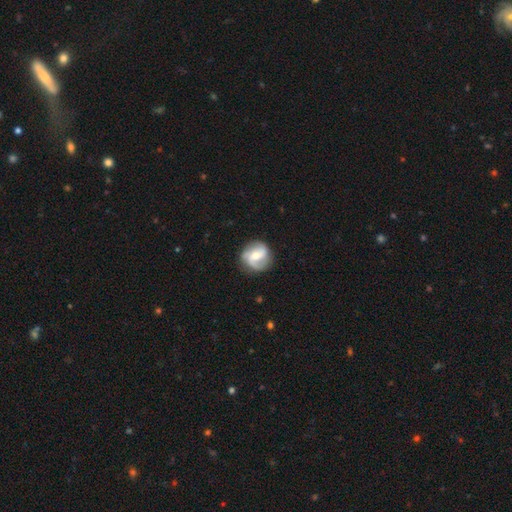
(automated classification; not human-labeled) Smooth or featured? featured or disk (74%)
Edge-on disk? no (98%)
Bar? weak (43%)
Spiral arms? yes (92%)
Spiral winding? medium (43%)
Spiral arm count? 2 (75%)
Bulge size? moderate (60%)
Merging? none (81%)